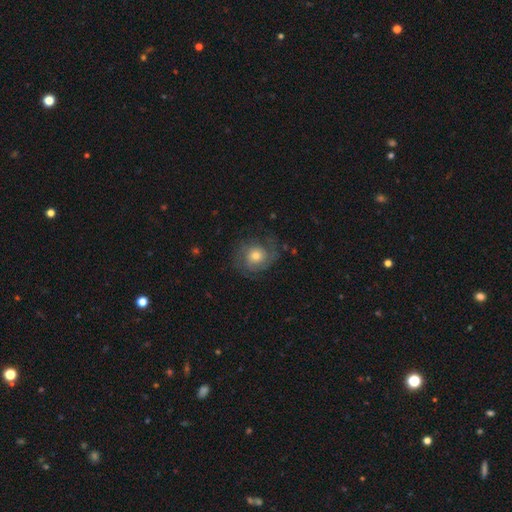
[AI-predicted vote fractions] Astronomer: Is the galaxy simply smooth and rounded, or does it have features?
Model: featured or disk — 58% (runner-up: smooth, 33%).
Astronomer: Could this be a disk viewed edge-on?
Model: no — 97%.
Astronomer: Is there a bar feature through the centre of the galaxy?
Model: no — 78%.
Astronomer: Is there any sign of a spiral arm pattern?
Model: yes — 86%.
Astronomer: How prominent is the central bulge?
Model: moderate — 63%.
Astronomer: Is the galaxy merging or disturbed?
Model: none — 66%.